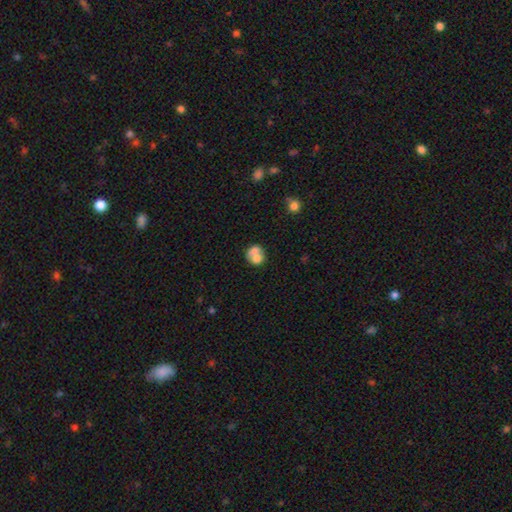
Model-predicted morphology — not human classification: Smooth or featured: smooth — 67% (featured or disk — 24%)
How rounded: round — 67% (in between — 32%)
Merging: merger — 55% (none — 29%)